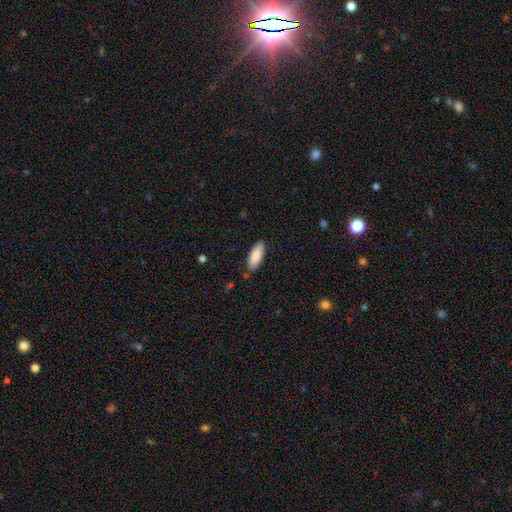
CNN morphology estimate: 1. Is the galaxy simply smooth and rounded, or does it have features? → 87% smooth, 7% featured or disk, 6% star or artifact.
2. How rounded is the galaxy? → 71% in between, 27% cigar-shaped, 1% round.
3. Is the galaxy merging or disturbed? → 84% none, 12% minor disturbance, 2% major disturbance, 2% merger.